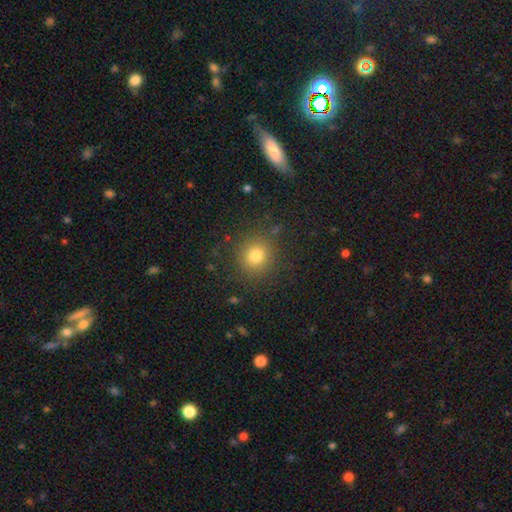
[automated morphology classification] The model was most divided on "smooth or featured": smooth: 78%, star or artifact: 14%, featured or disk: 8%. More confident: how rounded — round (88%); merging — none (86%).